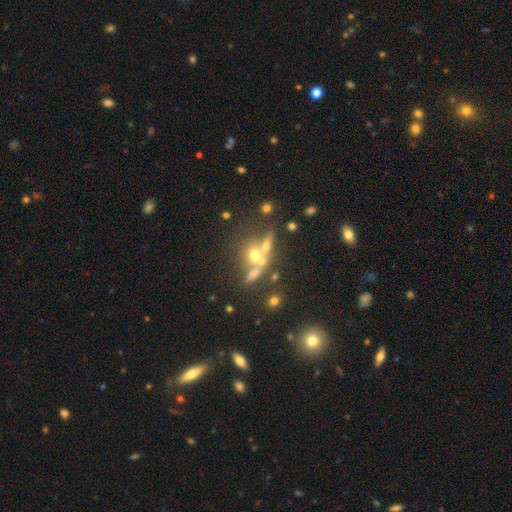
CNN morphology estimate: smooth_or_featured: smooth (p=0.45) [alt: featured or disk p=0.33]
merging: merger (p=0.43) [alt: none p=0.39]